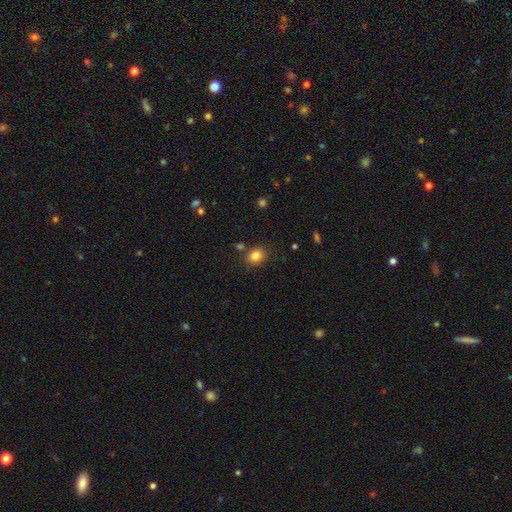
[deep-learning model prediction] A smooth galaxy with no disk features (82%) that is round (57%). Merging: none (80%).